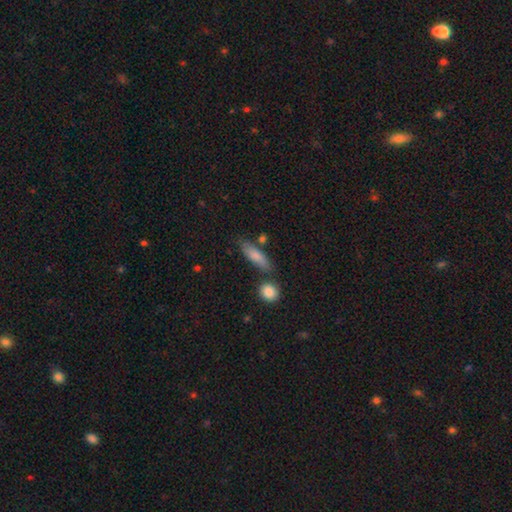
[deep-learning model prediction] The model was most divided on "how rounded": cigar-shaped: 50%, in between: 46%, round: 3%. More confident: smooth or featured — smooth (80%); merging — none (73%).